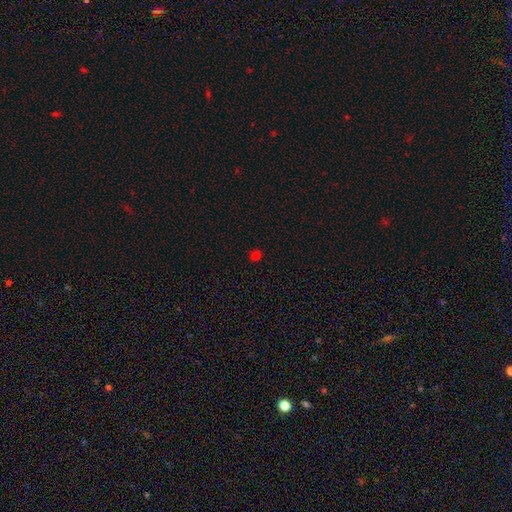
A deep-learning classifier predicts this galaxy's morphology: Overall: smooth (70%). How rounded: round (80%). Merging: none (86%).